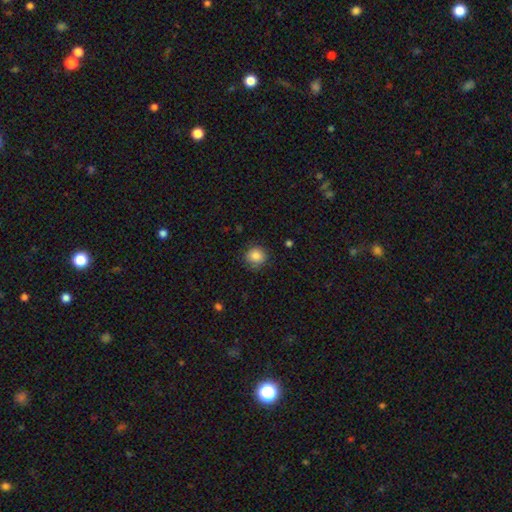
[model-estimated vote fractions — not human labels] This appears to be a smooth galaxy with no disk features (86%) that is round (89%). Merging: none (81%).